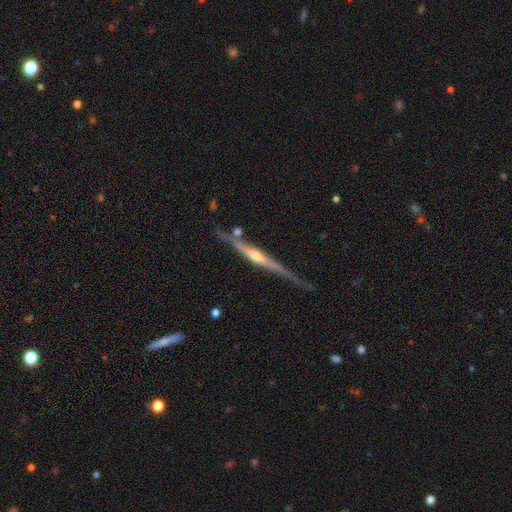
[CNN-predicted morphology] Smooth or featured? featured or disk (81%)
Edge-on disk? yes (97%)
Edge-on bulge? rounded (75%)
Merging? none (68%)